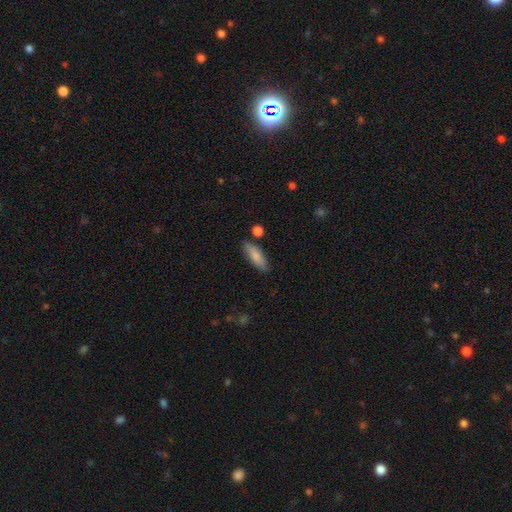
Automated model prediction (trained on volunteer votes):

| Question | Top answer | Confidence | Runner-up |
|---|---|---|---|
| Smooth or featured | smooth | 80% | featured or disk (13%) |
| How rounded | in between | 61% | cigar-shaped (37%) |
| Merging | none | 80% | minor disturbance (13%) |